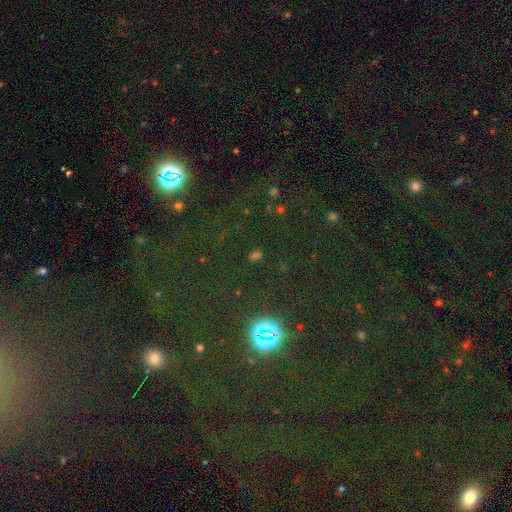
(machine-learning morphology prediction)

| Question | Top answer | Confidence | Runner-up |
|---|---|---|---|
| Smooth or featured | star or artifact | 67% | smooth (24%) |